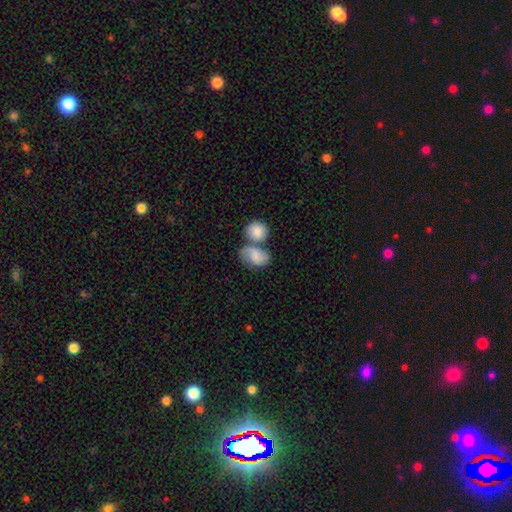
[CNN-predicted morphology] smooth-or-featured: smooth: 65% | featured or disk: 27% | star or artifact: 7%
  how-rounded: in between: 73% | round: 26% | cigar-shaped: 2%
  merging: merger: 49% | none: 29% | minor disturbance: 14% | major disturbance: 8%